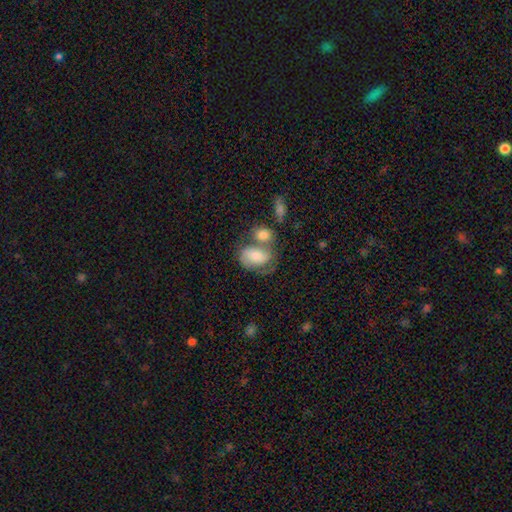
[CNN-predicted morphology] Smooth or featured? Predicted: smooth (p=0.59). How rounded? Predicted: in between (p=0.81). Merging? Predicted: merger (p=0.43).